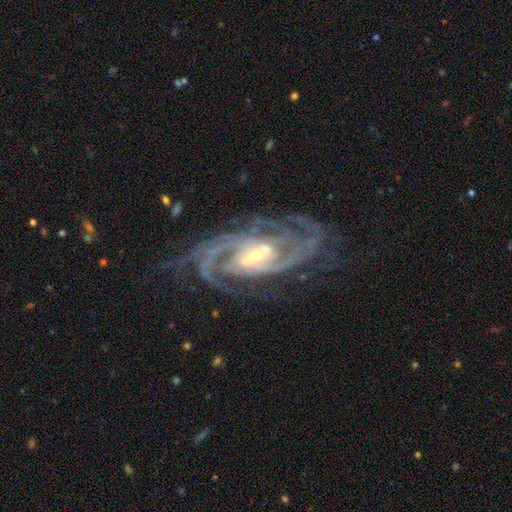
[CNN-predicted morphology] type=featured or disk (92%); edge-on=no (97%); bar=weak (43%); spiral arms=yes (98%); winding=tight (45%); arm count=2 (36%); bulge=small (55%); merging=none (66%).